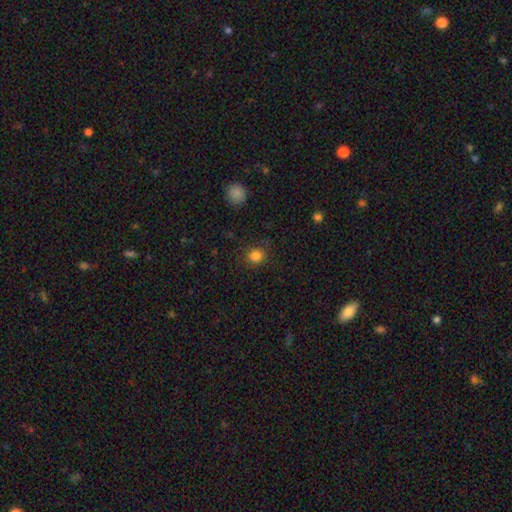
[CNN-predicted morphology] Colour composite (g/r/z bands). It shows a smooth galaxy with no disk features (83%) that is round (85%). Merging: none (85%).